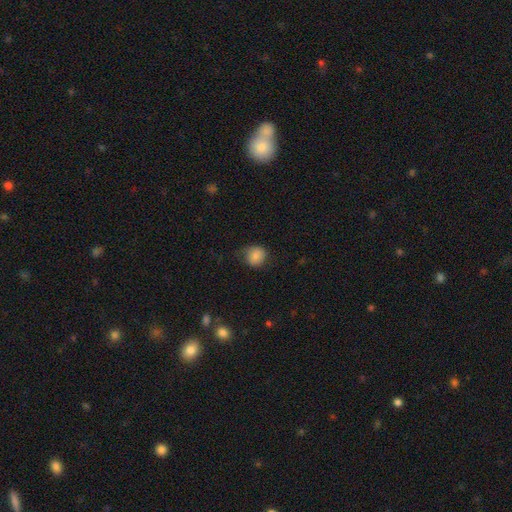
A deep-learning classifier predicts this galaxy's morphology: Smooth or featured: smooth — 84% (star or artifact — 9%)
How rounded: round — 80% (in between — 19%)
Merging: none — 69% (minor disturbance — 23%)